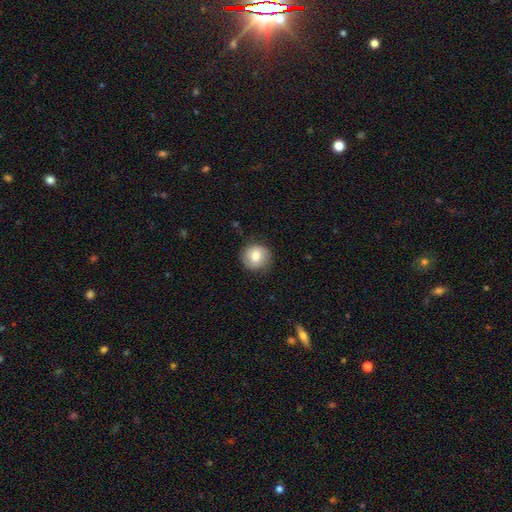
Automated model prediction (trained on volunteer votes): Smooth or featured?
  - smooth: 75% *
  - featured or disk: 17%
  - star or artifact: 8%
How rounded?
  - round: 88% *
  - in between: 11%
  - cigar-shaped: 1%
Merging?
  - none: 83% *
  - minor disturbance: 12%
  - major disturbance: 3%
  - merger: 1%